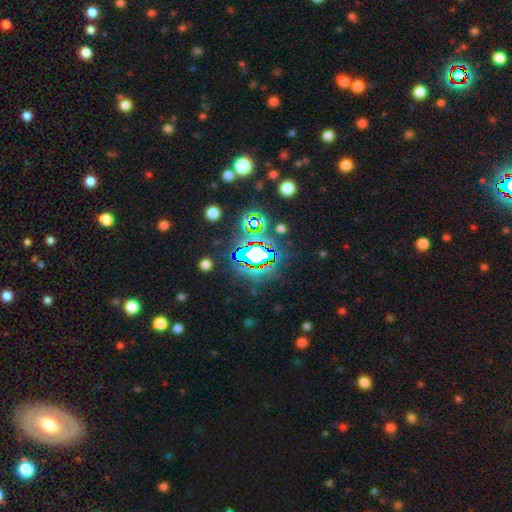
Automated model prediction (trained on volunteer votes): smooth-or-featured: star or artifact: 74% | smooth: 15% | featured or disk: 11%